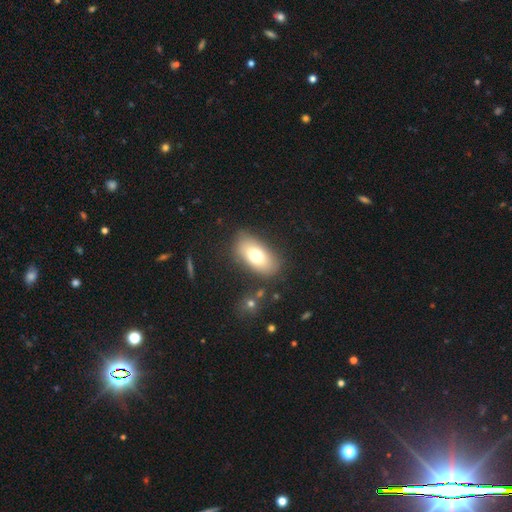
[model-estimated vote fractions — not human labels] Smooth or featured: smooth — 72% (featured or disk — 20%)
How rounded: in between — 91% (round — 6%)
Merging: none — 81% (minor disturbance — 13%)